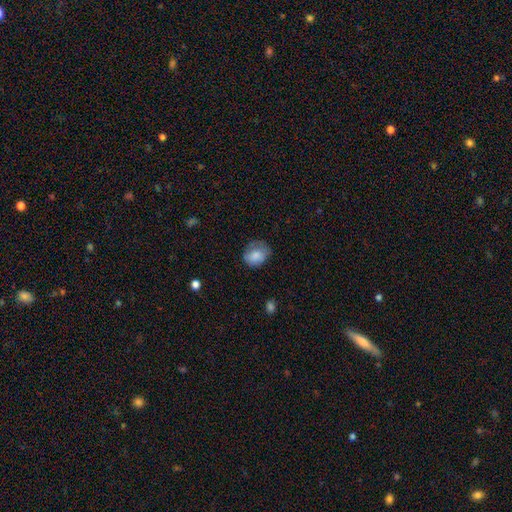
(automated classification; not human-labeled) A smooth galaxy with no disk features (78%) that is round (58%).

Vote fractions:
- Smooth or featured? smooth: 78% / featured or disk: 14% / star or artifact: 8%
- How rounded? round: 58% / in between: 41% / cigar-shaped: 1%
- Merging? none: 58% / minor disturbance: 29% / major disturbance: 12% / merger: 1%